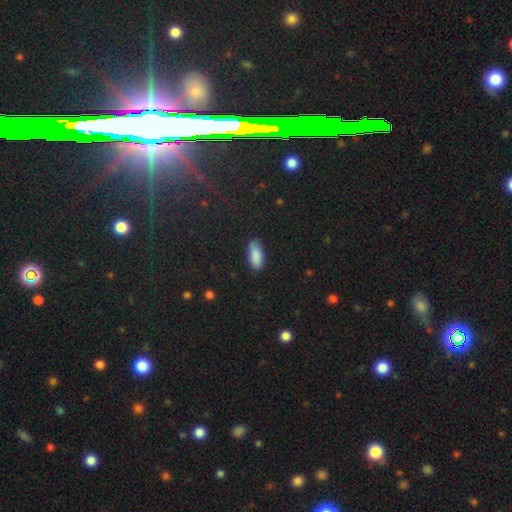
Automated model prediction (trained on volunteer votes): A smooth galaxy with no disk features (87%) that is in between round and cigar-shaped (82%).

Vote fractions:
- Smooth or featured? smooth: 87% / star or artifact: 7% / featured or disk: 6%
- How rounded? in between: 82% / cigar-shaped: 16% / round: 2%
- Merging? none: 76% / minor disturbance: 19% / major disturbance: 3% / merger: 2%